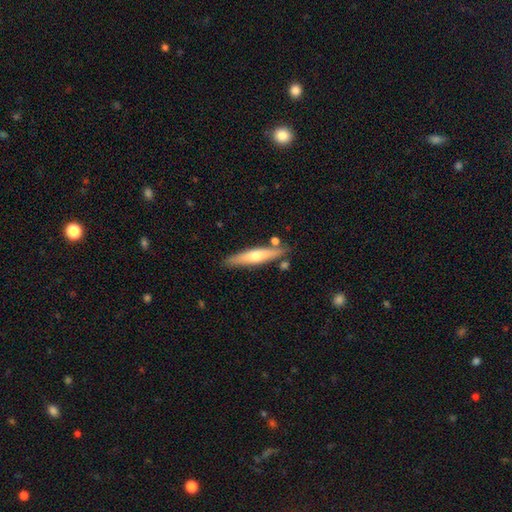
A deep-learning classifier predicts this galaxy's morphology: smooth-or-featured: smooth: 48% | featured or disk: 46% | star or artifact: 6%
  merging: none: 83% | minor disturbance: 11% | merger: 5% | major disturbance: 2%